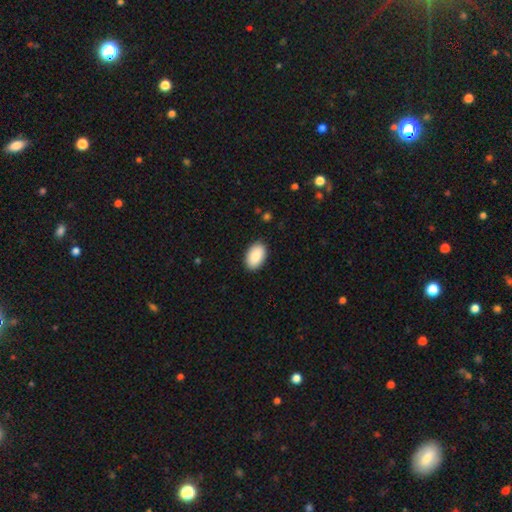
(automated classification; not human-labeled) A smooth galaxy with no disk features (89%) that is in between round and cigar-shaped (94%). Merging: none (90%).